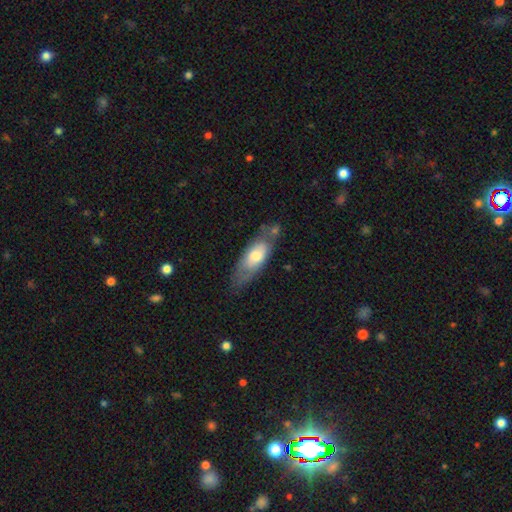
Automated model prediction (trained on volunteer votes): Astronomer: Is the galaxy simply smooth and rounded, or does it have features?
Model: smooth — 57% (runner-up: featured or disk, 37%).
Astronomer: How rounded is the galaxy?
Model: in between — 71%.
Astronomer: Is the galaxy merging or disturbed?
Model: none — 56%.